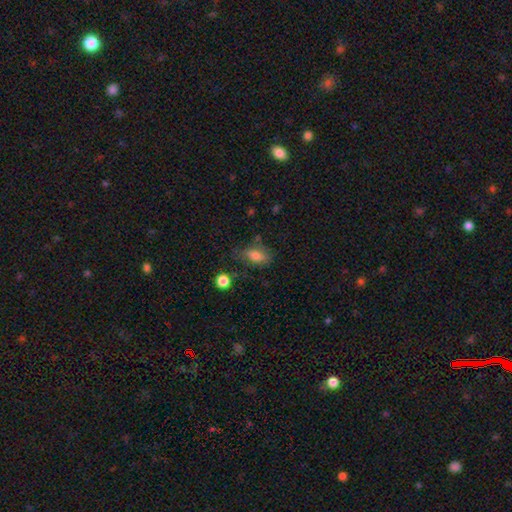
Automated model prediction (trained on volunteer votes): Overall: smooth (75%). How rounded: in between (84%). Merging: none (65%).